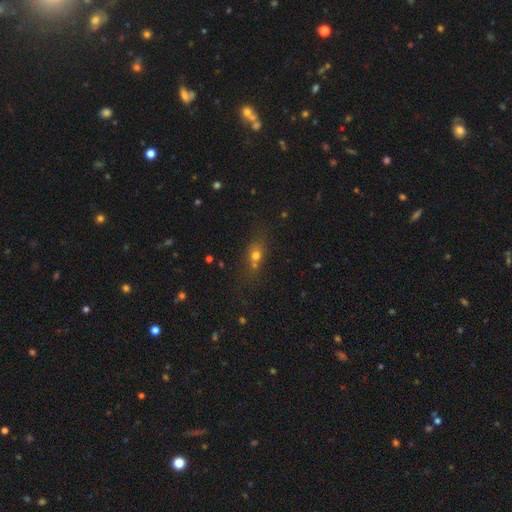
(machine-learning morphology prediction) Q: Smooth or featured?
A: smooth (65%); runner-up: star or artifact (19%)
Q: How rounded?
A: round (55%); runner-up: in between (40%)
Q: Merging?
A: none (50%); runner-up: merger (28%)